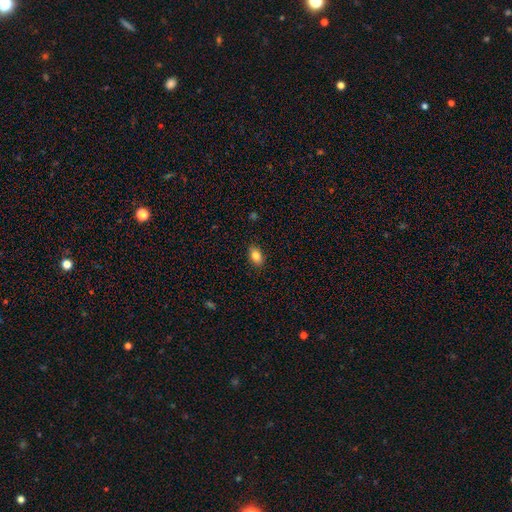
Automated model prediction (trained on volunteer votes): The model was most divided on "smooth or featured": smooth: 83%, star or artifact: 9%, featured or disk: 8%. More confident: merging — none (88%); how rounded — in between (88%).